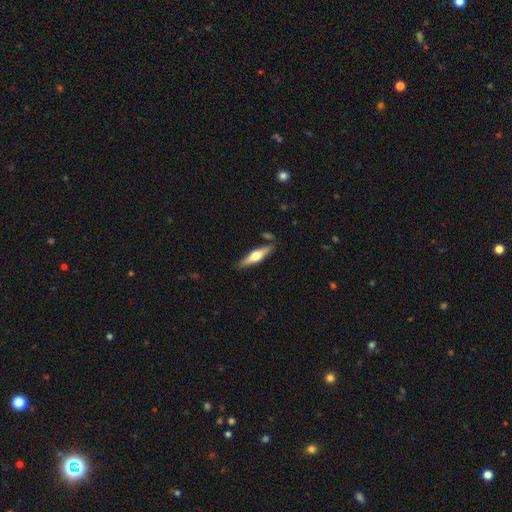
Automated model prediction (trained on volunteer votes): This appears to be a featured or disk galaxy (53%) viewed edge-on (94%). Merging: none (84%).